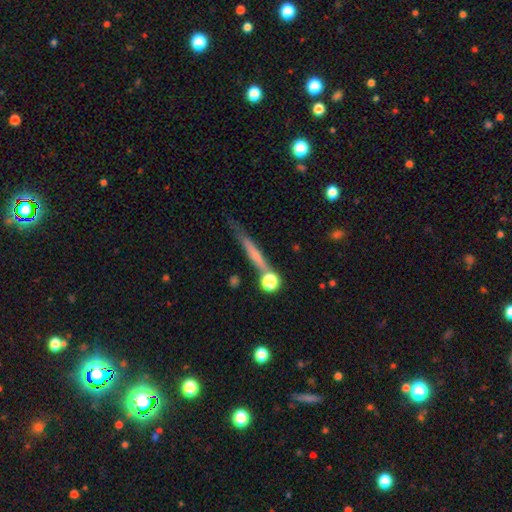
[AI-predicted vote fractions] Overall: featured or disk (48%; smooth 42%). Merging: none (68%).